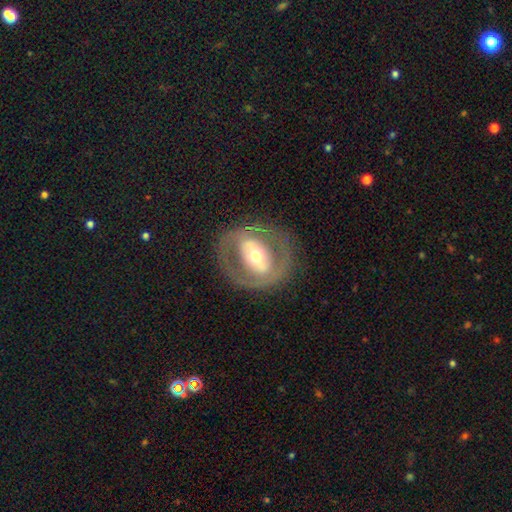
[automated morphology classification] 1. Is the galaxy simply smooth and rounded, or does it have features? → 67% featured or disk, 27% smooth, 6% star or artifact.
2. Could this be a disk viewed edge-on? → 91% no, 9% yes.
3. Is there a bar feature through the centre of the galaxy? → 44% strong, 30% no, 26% weak.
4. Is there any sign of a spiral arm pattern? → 78% no, 22% yes.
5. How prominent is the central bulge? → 64% moderate, 18% small, 16% large, 2% dominant, 1% none.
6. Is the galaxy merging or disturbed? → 79% none, 11% minor disturbance, 9% major disturbance, 1% merger.